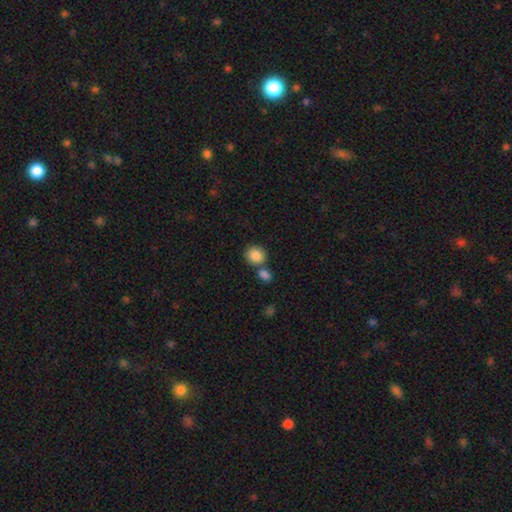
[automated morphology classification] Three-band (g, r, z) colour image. It shows a smooth galaxy with no disk features (87%) that is round (79%). Merging: none (60%).